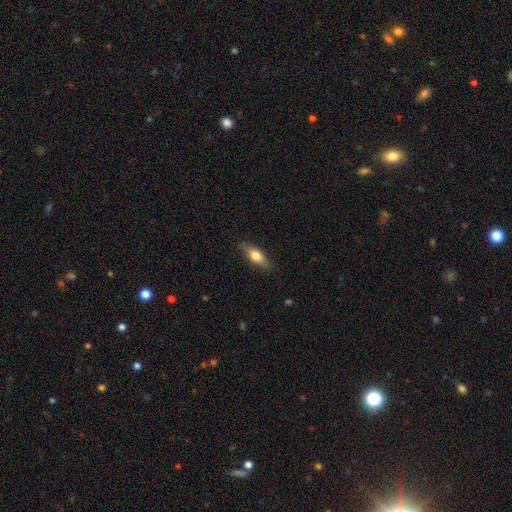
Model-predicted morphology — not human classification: Overall: smooth (68%). How rounded: in between (64%; cigar-shaped 32%). Merging: none (85%).